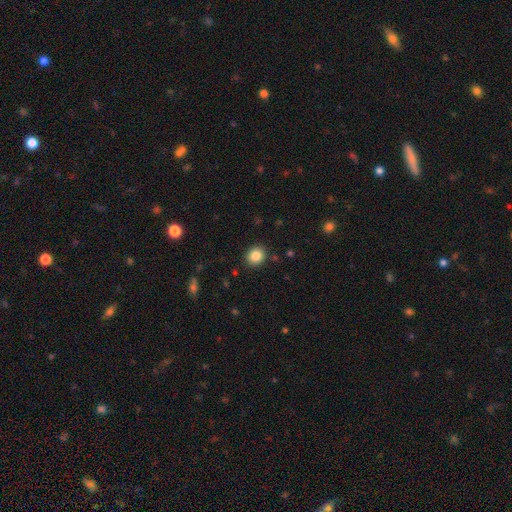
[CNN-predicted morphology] This is clearly a smooth galaxy (85%). How rounded: likely round (77%). Merging: clearly none (89%).